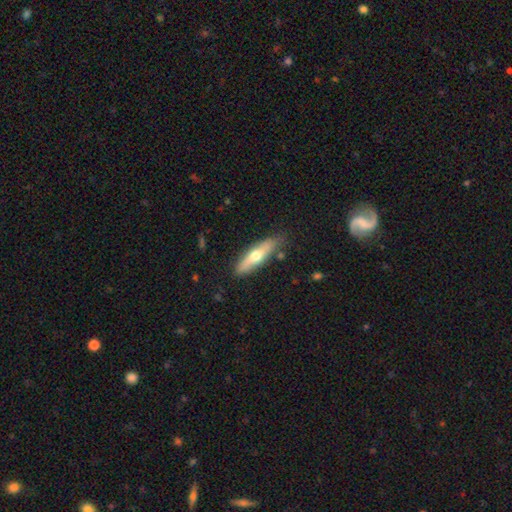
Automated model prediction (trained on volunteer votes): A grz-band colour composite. It shows a smooth galaxy with no disk features (47%, tied with featured or disk). Merging: none (82%).